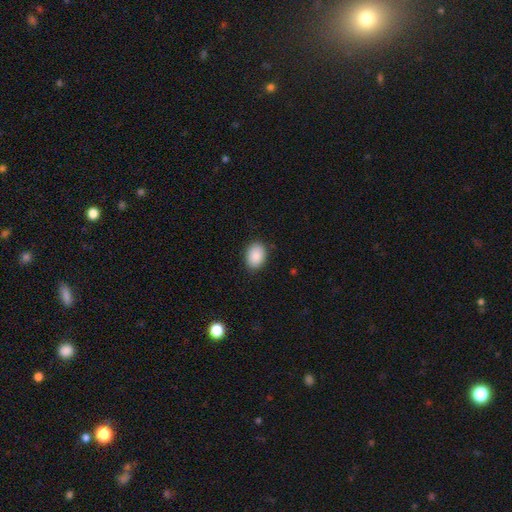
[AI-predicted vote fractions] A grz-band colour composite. It shows a smooth galaxy with no disk features (88%) that is in between round and cigar-shaped (78%). Merging: none (87%).